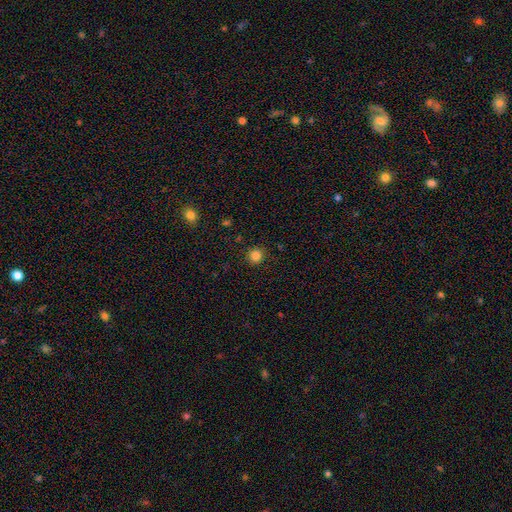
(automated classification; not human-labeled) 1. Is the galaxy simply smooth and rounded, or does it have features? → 84% smooth, 12% star or artifact, 4% featured or disk.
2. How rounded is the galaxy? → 94% round, 5% in between, 1% cigar-shaped.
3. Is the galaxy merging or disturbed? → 90% none, 6% minor disturbance, 2% major disturbance, 1% merger.